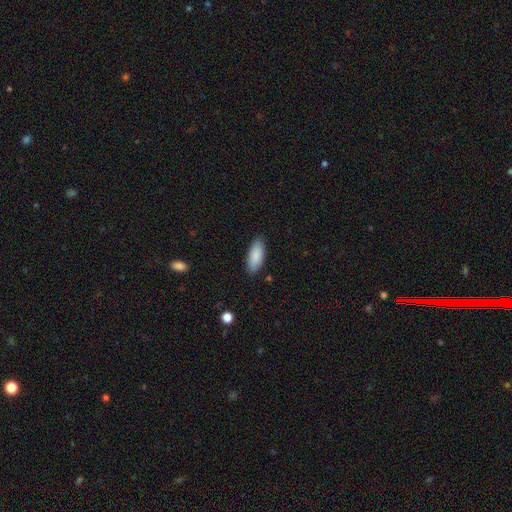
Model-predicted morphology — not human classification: Smooth or featured? Predicted: smooth (p=0.89). How rounded? Predicted: in between (p=0.82). Merging? Predicted: none (p=0.86).